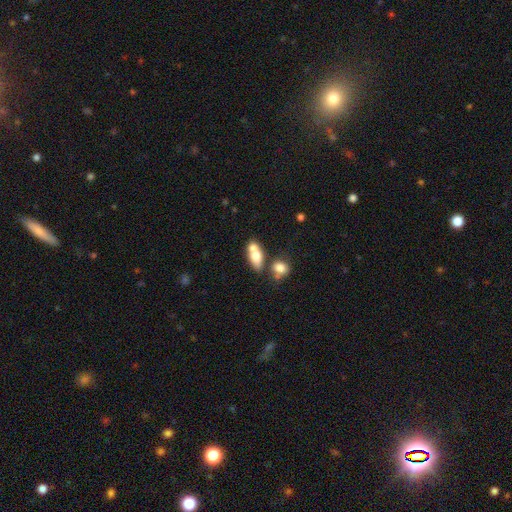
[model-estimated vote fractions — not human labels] Smooth or featured? Predicted: smooth (p=0.69). How rounded? Predicted: in between (p=0.75). Merging? Predicted: merger (p=0.55).